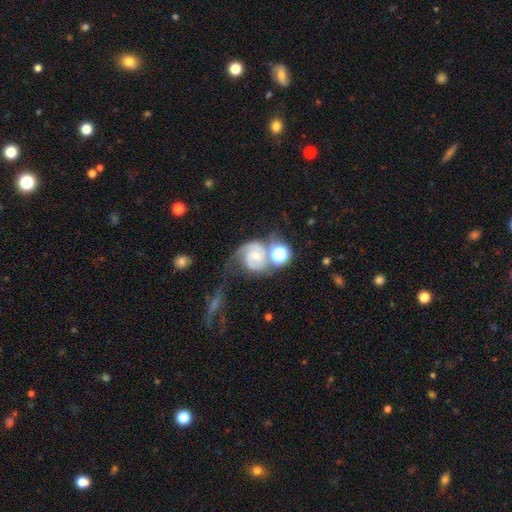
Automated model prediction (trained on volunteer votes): Q: Smooth or featured?
A: featured or disk (76%); runner-up: smooth (14%)
Q: Edge-on disk?
A: no (98%); runner-up: yes (2%)
Q: Bar?
A: no (61%); runner-up: weak (31%)
Q: Spiral arms?
A: yes (95%); runner-up: no (5%)
Q: Spiral winding?
A: medium (42%); runner-up: tight (39%)
Q: Spiral arm count?
A: 2 (71%); runner-up: 1 (11%)
Q: Bulge size?
A: small (53%); runner-up: moderate (39%)
Q: Merging?
A: none (33%); runner-up: merger (26%)